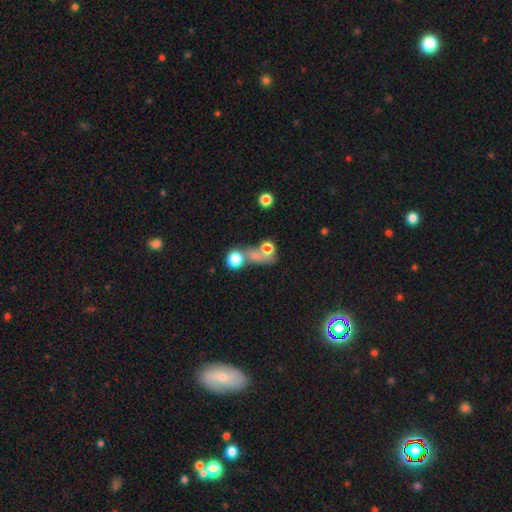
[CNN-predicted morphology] Smooth or featured: smooth — 63% (star or artifact — 21%)
How rounded: round — 59% (in between — 36%)
Merging: merger — 44% (none — 33%)